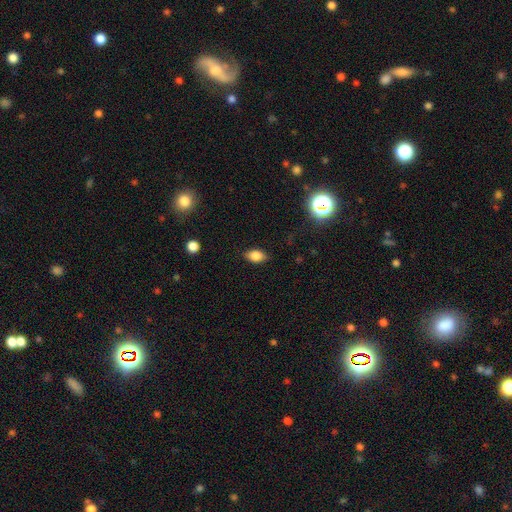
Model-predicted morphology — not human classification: A smooth galaxy with no disk features (82%) that is in between round and cigar-shaped (86%). Merging: none (83%).